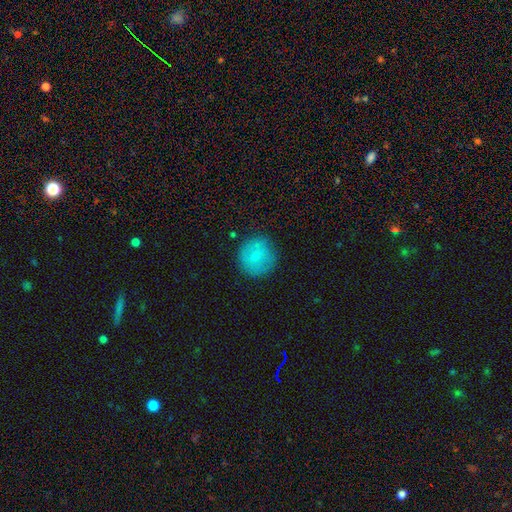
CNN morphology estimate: Smooth or featured?
  - smooth: 76% *
  - featured or disk: 16%
  - star or artifact: 8%
How rounded?
  - round: 93% *
  - in between: 6%
  - cigar-shaped: 1%
Merging?
  - none: 81% *
  - minor disturbance: 13%
  - major disturbance: 4%
  - merger: 2%